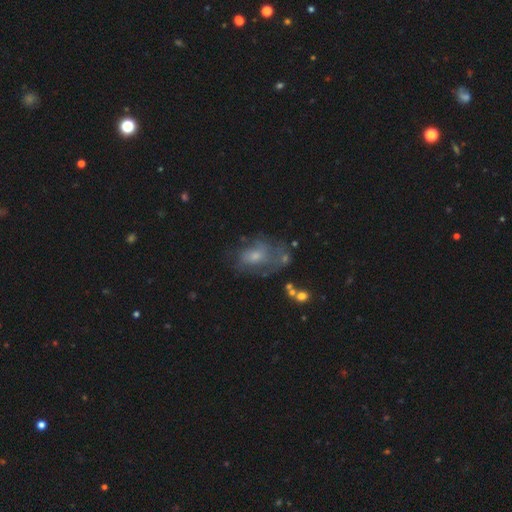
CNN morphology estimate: A featured or disk galaxy (54%) with no bar (74%), spiral arms (58%) and a small central bulge (47%). Merging: none (49%).